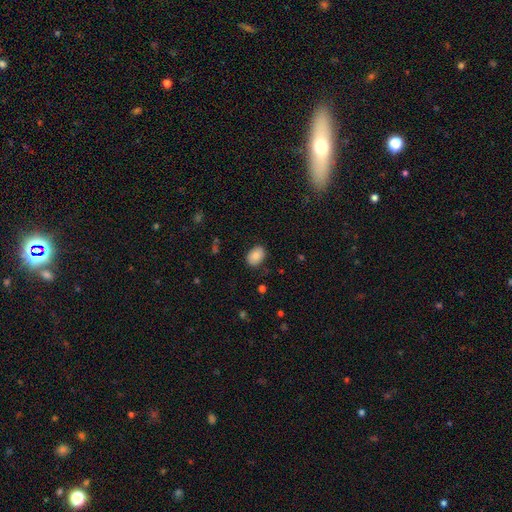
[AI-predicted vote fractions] Smooth or featured: smooth — 84% (featured or disk — 8%)
How rounded: in between — 81% (round — 18%)
Merging: none — 84% (minor disturbance — 12%)